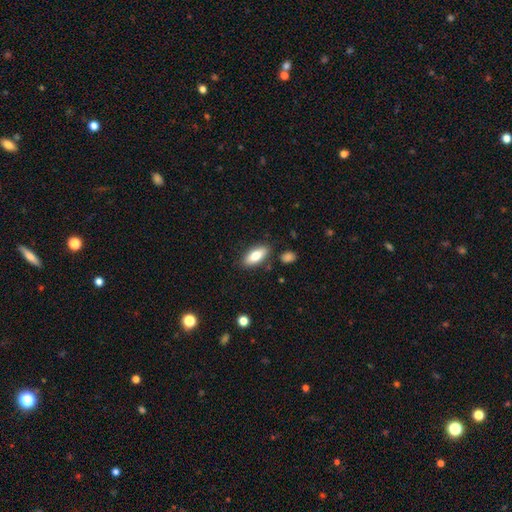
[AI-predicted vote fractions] A smooth galaxy with no disk features (76%) that is in between round and cigar-shaped (80%).

Vote fractions:
- Smooth or featured? smooth: 76% / featured or disk: 18% / star or artifact: 6%
- How rounded? in between: 80% / cigar-shaped: 17% / round: 3%
- Merging? none: 84% / minor disturbance: 10% / merger: 3% / major disturbance: 2%